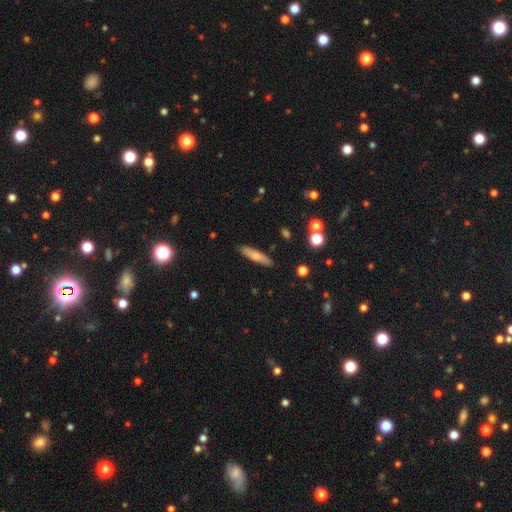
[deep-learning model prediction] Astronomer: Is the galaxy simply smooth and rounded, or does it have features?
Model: smooth — 68%.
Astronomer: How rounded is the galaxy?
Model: cigar-shaped — 80%.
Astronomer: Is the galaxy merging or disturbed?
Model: none — 88%.